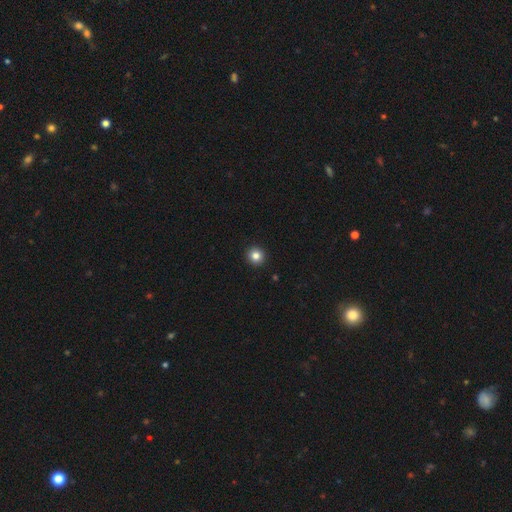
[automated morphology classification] Smooth or featured? Predicted: smooth (p=0.83). How rounded? Predicted: round (p=0.94). Merging? Predicted: none (p=0.94).